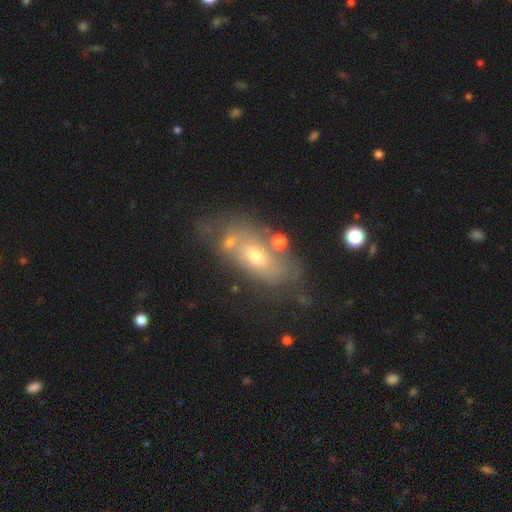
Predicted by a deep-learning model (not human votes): This appears to be a smooth galaxy with no disk features (45%, tied with featured or disk). Merging: none (54%).